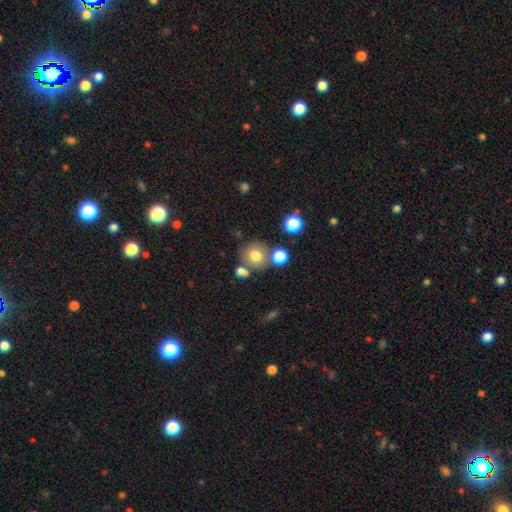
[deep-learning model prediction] Smooth or featured?
  - smooth: 76% *
  - star or artifact: 13%
  - featured or disk: 12%
How rounded?
  - round: 84% *
  - in between: 15%
  - cigar-shaped: 1%
Merging?
  - none: 67% *
  - merger: 18%
  - minor disturbance: 11%
  - major disturbance: 4%